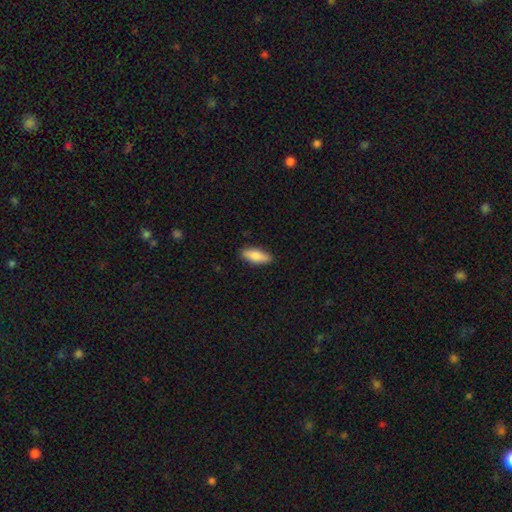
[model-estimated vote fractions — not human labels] Smooth or featured: smooth — 84% (featured or disk — 11%)
How rounded: in between — 67% (cigar-shaped — 31%)
Merging: none — 88% (minor disturbance — 10%)